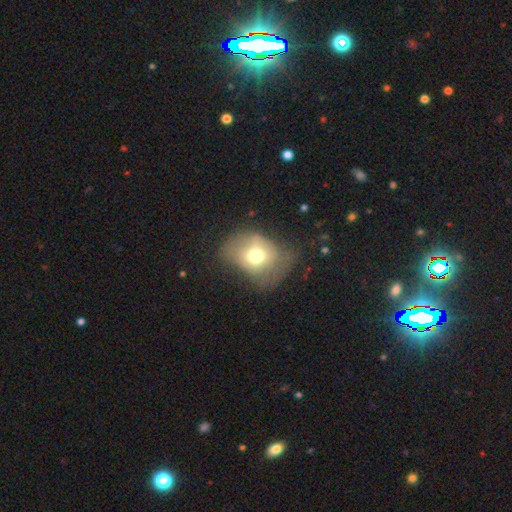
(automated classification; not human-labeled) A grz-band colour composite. It shows a smooth galaxy with no disk features (63%) that is in between round and cigar-shaped (56%). Merging: none (42%).